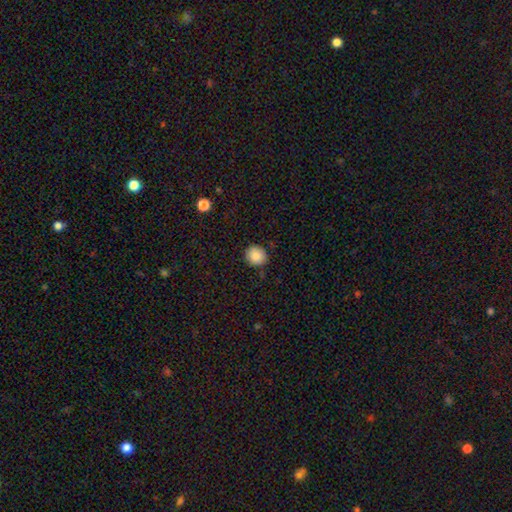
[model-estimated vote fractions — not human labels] Smooth or featured? smooth (87%)
How rounded? round (88%)
Merging? none (87%)